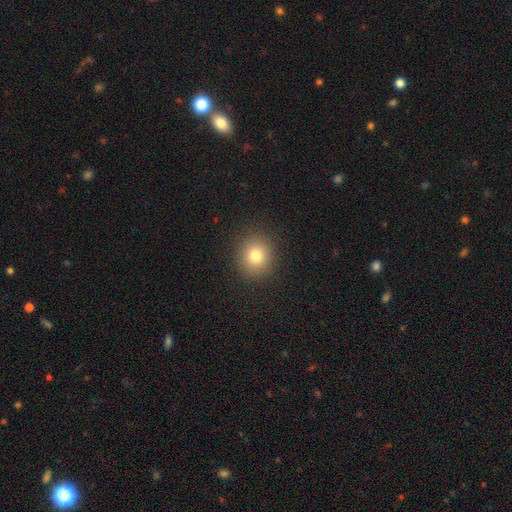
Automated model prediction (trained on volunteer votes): smooth 78%, star or artifact 14%, featured or disk 8%. Down the decision tree: how rounded — round (86%); merging — none (91%).